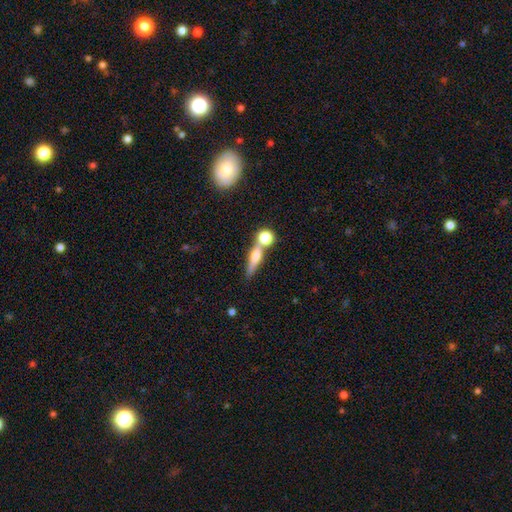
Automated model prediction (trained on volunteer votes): Smooth or featured: smooth — 50% (featured or disk — 40%)
How rounded: cigar-shaped — 58% (in between — 26%)
Merging: none — 53% (merger — 32%)